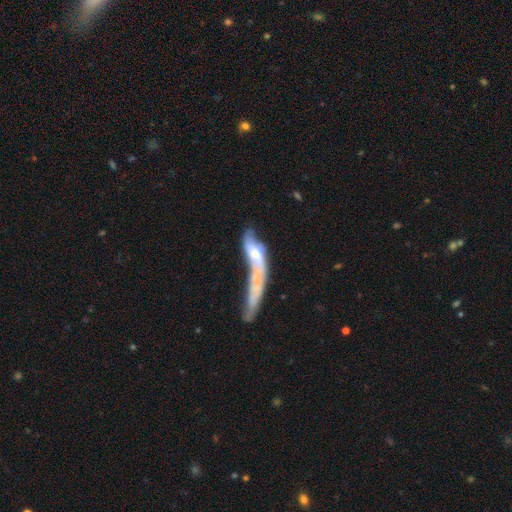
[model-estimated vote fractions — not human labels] Morphology: type=featured or disk (54%); edge-on=no (72%); merging=merger (40%).